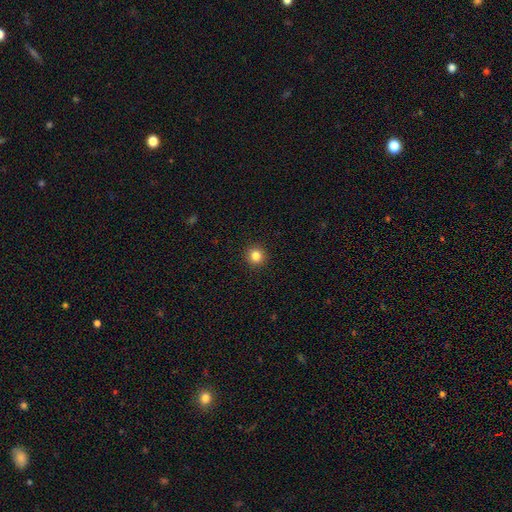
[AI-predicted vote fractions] Smooth or featured? Predicted: smooth (p=0.83). How rounded? Predicted: round (p=0.95). Merging? Predicted: none (p=0.93).